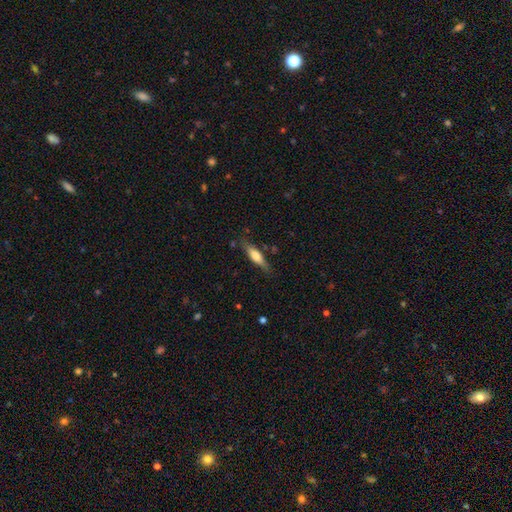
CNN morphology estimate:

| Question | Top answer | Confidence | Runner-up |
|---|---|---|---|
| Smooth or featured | smooth | 54% | featured or disk (39%) |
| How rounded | cigar-shaped | 69% | in between (29%) |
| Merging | none | 78% | minor disturbance (16%) |